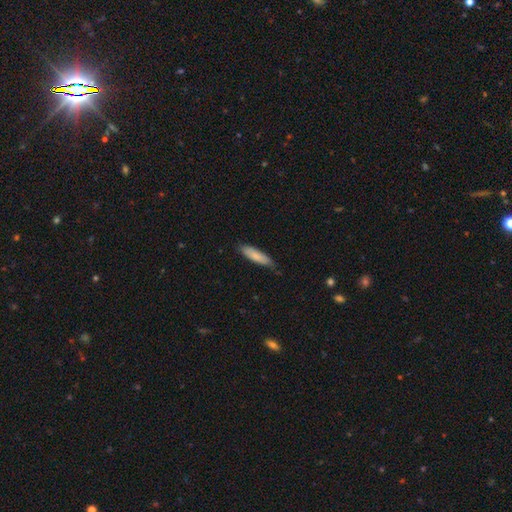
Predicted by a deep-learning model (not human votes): Smooth or featured? Predicted: smooth (p=0.80). How rounded? Predicted: cigar-shaped (p=0.63). Merging? Predicted: none (p=0.75).